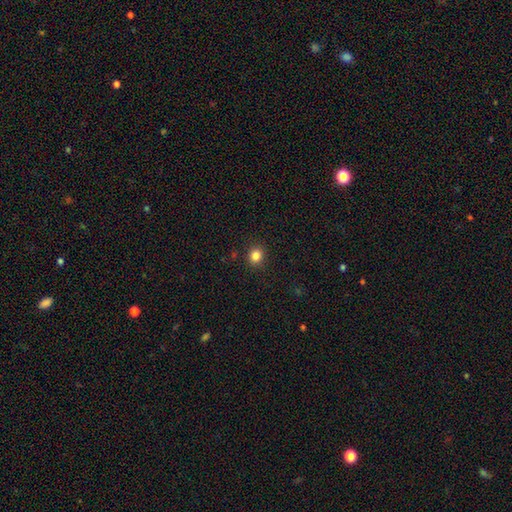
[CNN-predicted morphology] smooth_or_featured: smooth (p=0.83) [alt: star or artifact p=0.12]
how_rounded: round (p=0.78) [alt: in between p=0.21]
merging: none (p=0.91) [alt: minor disturbance p=0.06]